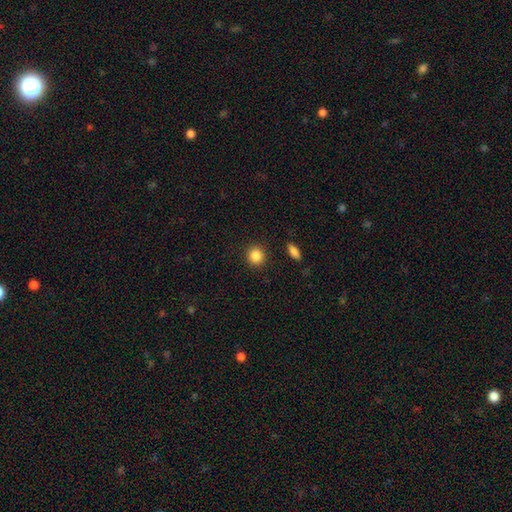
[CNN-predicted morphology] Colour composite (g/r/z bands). It shows a smooth galaxy with no disk features (87%) that is round (89%). Merging: none (91%).